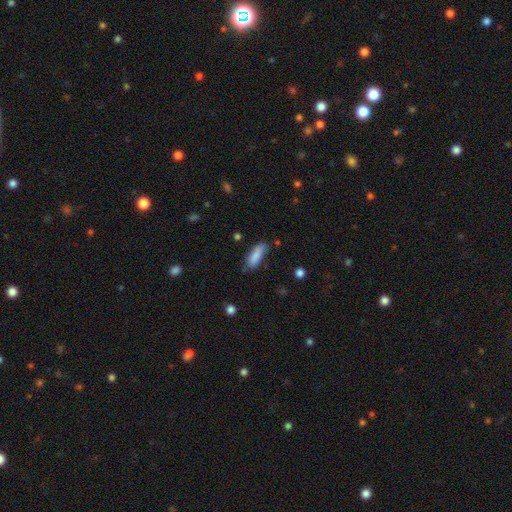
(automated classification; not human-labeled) Morphology: type=smooth (86%); roundness=in between (56%); merging=none (70%).